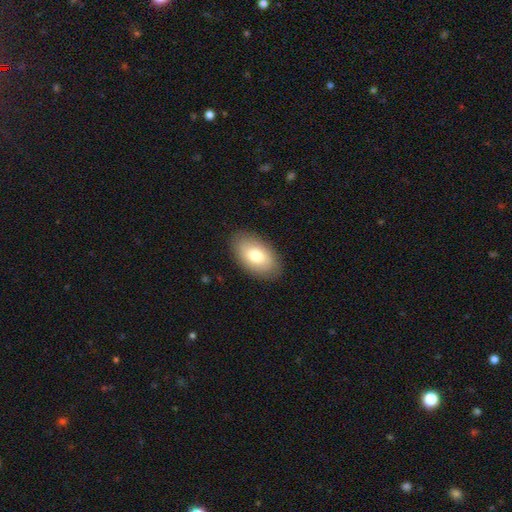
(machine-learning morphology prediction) Smooth or featured? Predicted: smooth (p=0.77). How rounded? Predicted: in between (p=0.94). Merging? Predicted: none (p=0.86).